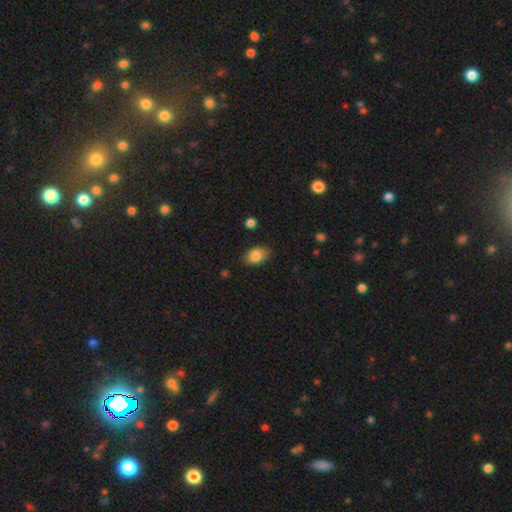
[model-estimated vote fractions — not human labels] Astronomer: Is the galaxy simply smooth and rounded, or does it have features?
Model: smooth — 84%.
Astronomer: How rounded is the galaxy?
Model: in between — 88%.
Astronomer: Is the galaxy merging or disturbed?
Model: none — 82%.